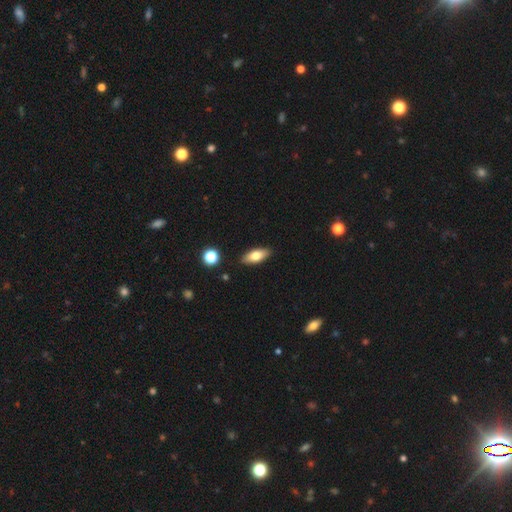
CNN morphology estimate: Smooth or featured? smooth (74%)
How rounded? in between (80%)
Merging? none (88%)